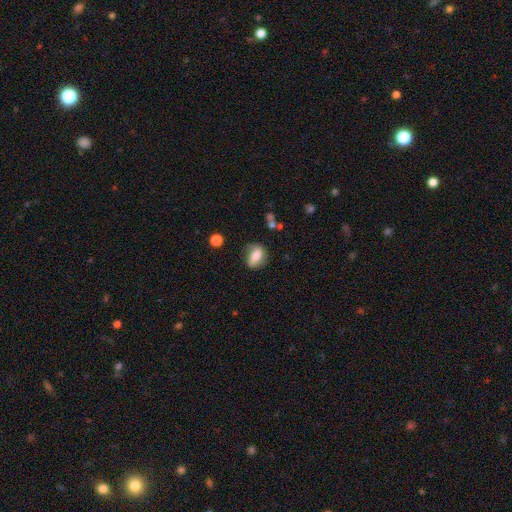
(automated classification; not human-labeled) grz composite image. It shows a smooth galaxy with no disk features (67%) that is in between round and cigar-shaped (72%). Merging: none (68%).